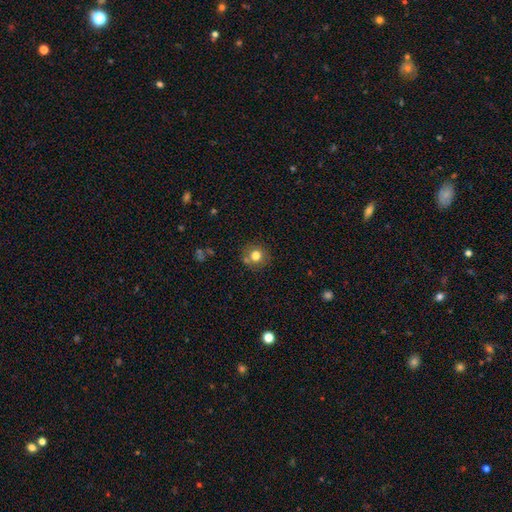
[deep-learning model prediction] smooth-or-featured: smooth: 77% | star or artifact: 12% | featured or disk: 11%
  how-rounded: round: 88% | in between: 11% | cigar-shaped: 1%
  merging: none: 74% | minor disturbance: 12% | merger: 11% | major disturbance: 3%